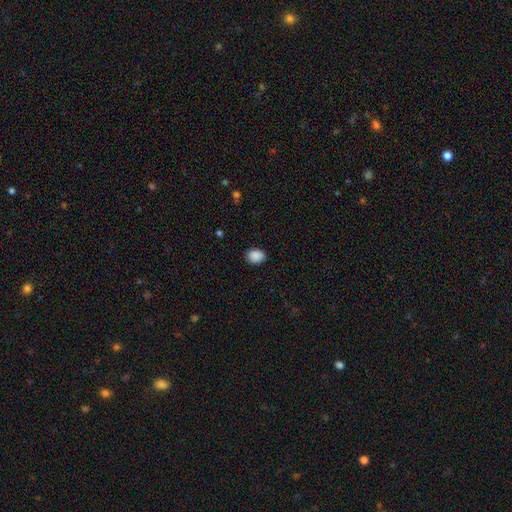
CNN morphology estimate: A smooth galaxy with no disk features (89%) that is in between round and cigar-shaped (58%). Merging: none (86%).